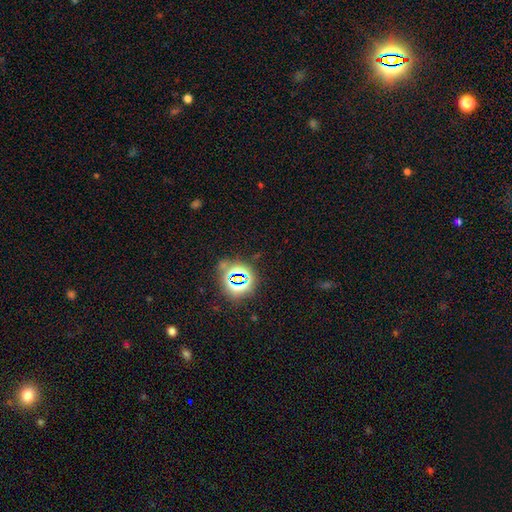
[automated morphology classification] star or artifact 76%, smooth 16%, featured or disk 8%.